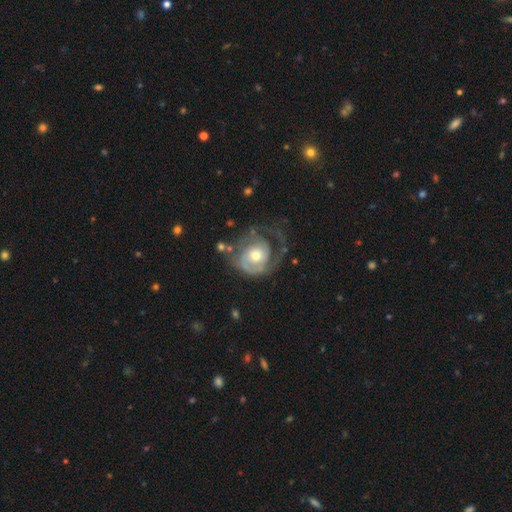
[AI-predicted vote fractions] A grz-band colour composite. It shows a featured or disk galaxy (75%) with no bar (74%), 1 (41%) tight (50%) spiral arms (85%) and a moderate central bulge (61%). Merging: none (45%).